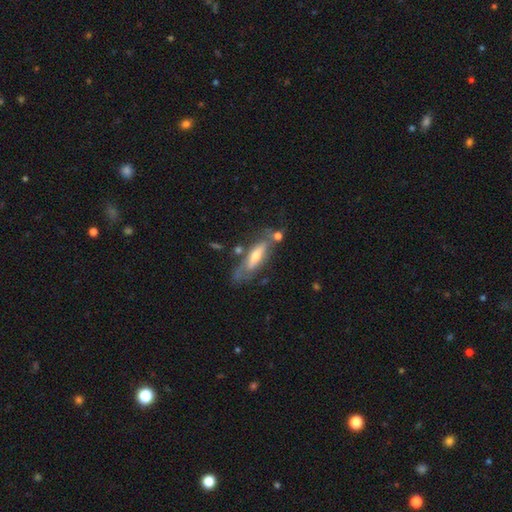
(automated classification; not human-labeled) A featured or disk galaxy (60%). Merging: none (55%).